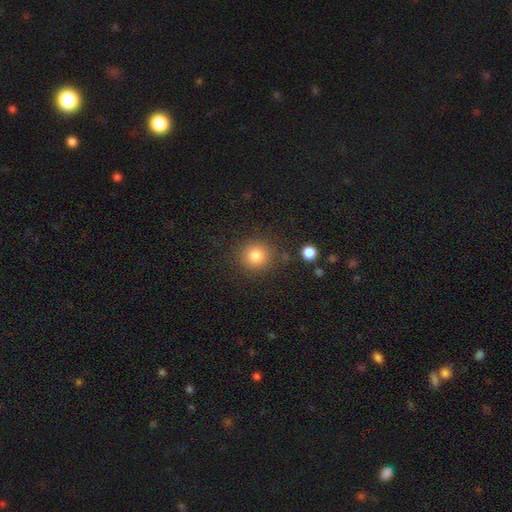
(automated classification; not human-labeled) The model was most divided on "smooth or featured": smooth: 82%, star or artifact: 11%, featured or disk: 6%. More confident: how rounded — round (90%); merging — none (86%).